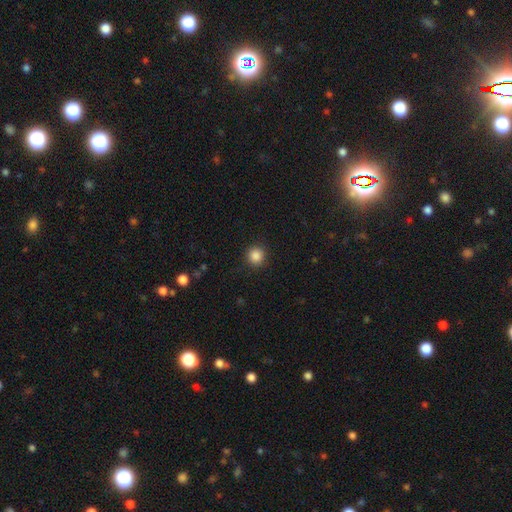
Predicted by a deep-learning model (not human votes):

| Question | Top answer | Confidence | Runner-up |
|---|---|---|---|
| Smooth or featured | smooth | 86% | star or artifact (10%) |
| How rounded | round | 92% | in between (8%) |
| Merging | none | 90% | minor disturbance (6%) |